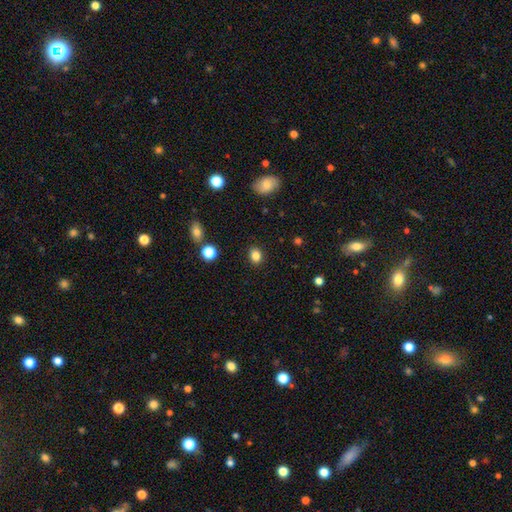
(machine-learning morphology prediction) smooth-or-featured: smooth: 84% | star or artifact: 11% | featured or disk: 5%
  how-rounded: round: 56% | in between: 42% | cigar-shaped: 1%
  merging: none: 89% | minor disturbance: 7% | major disturbance: 2% | merger: 2%